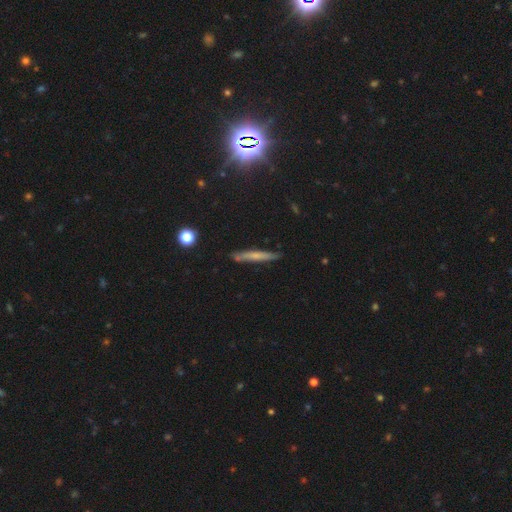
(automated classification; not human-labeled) Overall: smooth (53%; featured or disk 38%). How rounded: cigar-shaped (94%). Merging: none (85%).